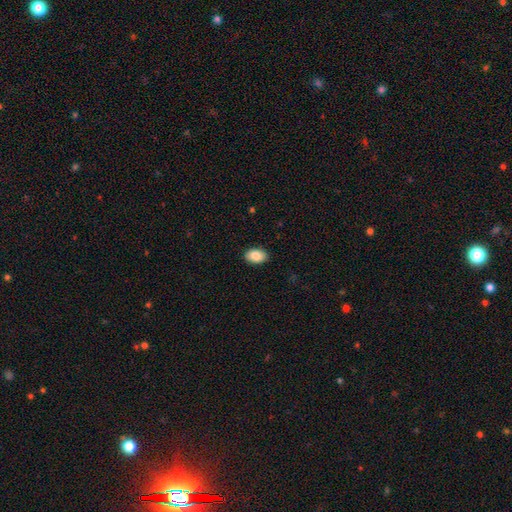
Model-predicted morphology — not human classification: A smooth galaxy with no disk features (87%) that is in between round and cigar-shaped (88%). Merging: none (89%).